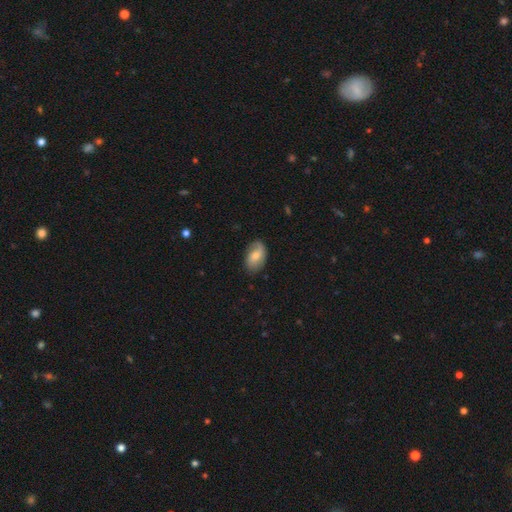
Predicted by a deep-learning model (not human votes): The model was most divided on "smooth or featured": smooth: 59%, featured or disk: 34%, star or artifact: 7%. More confident: how rounded — in between (89%); merging — none (70%).